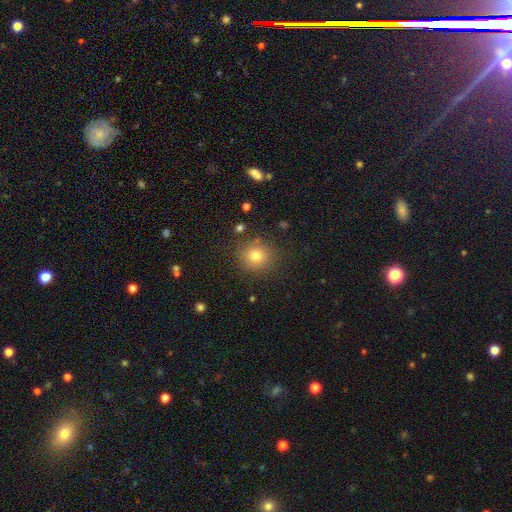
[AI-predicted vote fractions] Smooth or featured?
  - smooth: 77% *
  - star or artifact: 14%
  - featured or disk: 8%
How rounded?
  - round: 85% *
  - in between: 14%
  - cigar-shaped: 1%
Merging?
  - none: 86% *
  - minor disturbance: 9%
  - major disturbance: 3%
  - merger: 2%